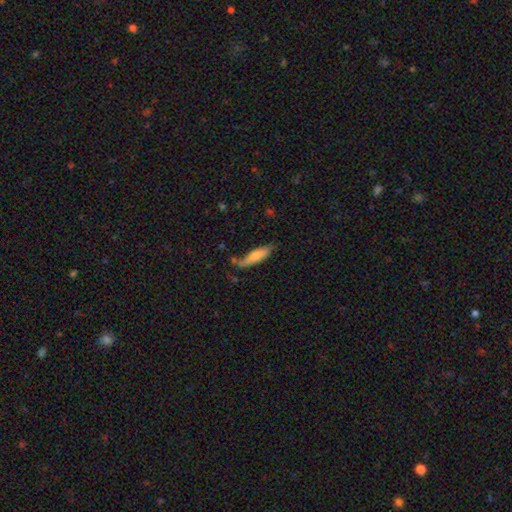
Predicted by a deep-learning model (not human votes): Smooth or featured? smooth (71%)
How rounded? cigar-shaped (65%)
Merging? none (54%)